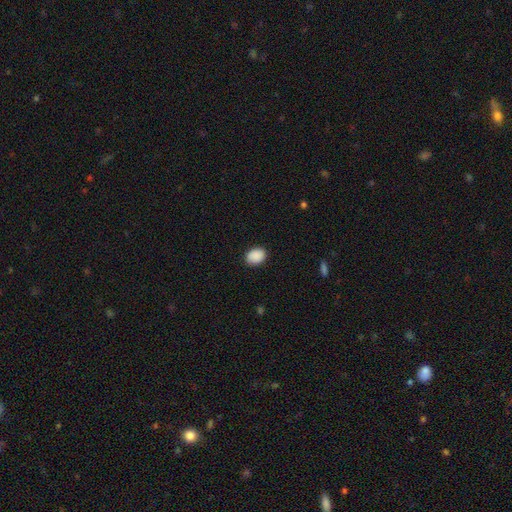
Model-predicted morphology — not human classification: Smooth or featured? smooth (90%)
How rounded? in between (65%)
Merging? none (87%)